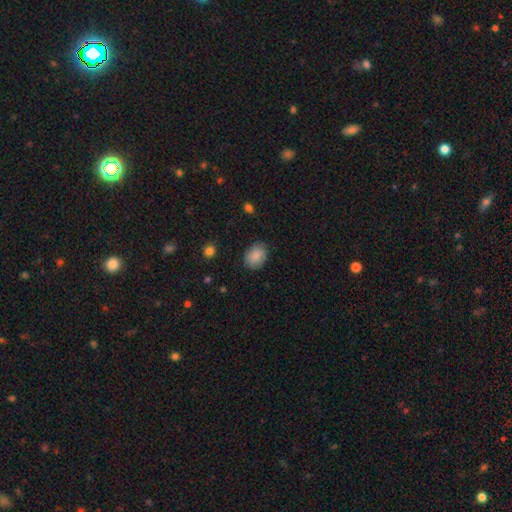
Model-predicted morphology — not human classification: smooth_or_featured: smooth (p=0.86) [alt: featured or disk p=0.07]
how_rounded: in between (p=0.64) [alt: round p=0.35]
merging: none (p=0.79) [alt: minor disturbance p=0.16]